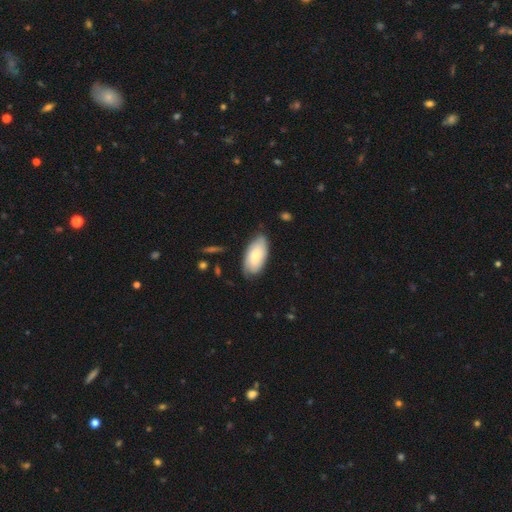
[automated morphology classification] Smooth or featured? smooth (64%)
How rounded? in between (94%)
Merging? none (69%)